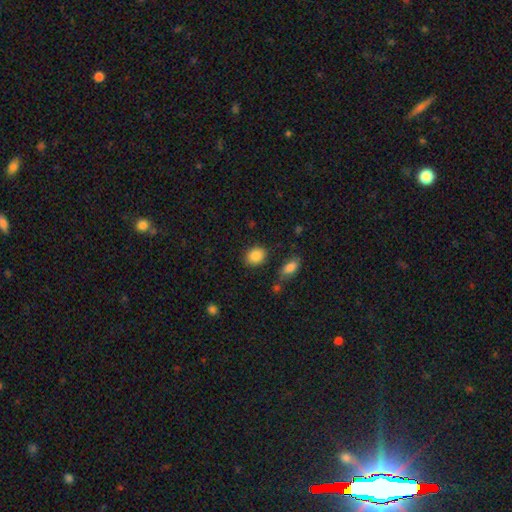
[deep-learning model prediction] Smooth or featured?
  - smooth: 87% *
  - star or artifact: 8%
  - featured or disk: 5%
How rounded?
  - in between: 53% *
  - round: 46%
  - cigar-shaped: 1%
Merging?
  - none: 84% *
  - minor disturbance: 10%
  - merger: 3%
  - major disturbance: 3%